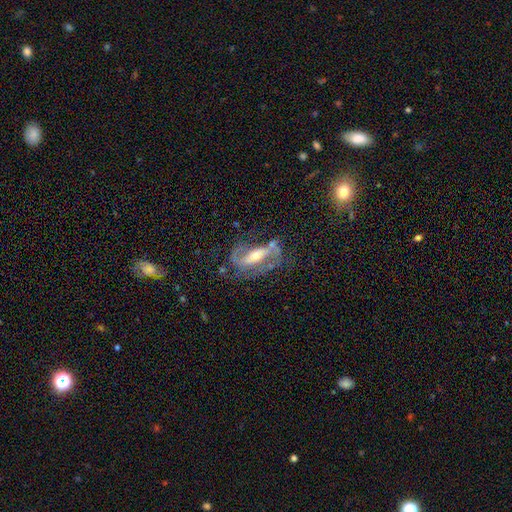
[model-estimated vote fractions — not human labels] smooth_or_featured: featured or disk (p=0.82) [alt: smooth p=0.11]
disk_edge_on: no (p=0.89) [alt: yes p=0.11]
bar: strong (p=0.53) [alt: weak p=0.26]
has_spiral_arms: yes (p=0.87) [alt: no p=0.13]
spiral_winding: medium (p=0.45) [alt: loose p=0.32]
spiral_arm_count: 2 (p=0.81) [alt: can't tell p=0.08]
bulge_size: moderate (p=0.50) [alt: small p=0.43]
merging: none (p=0.54) [alt: minor disturbance p=0.20]